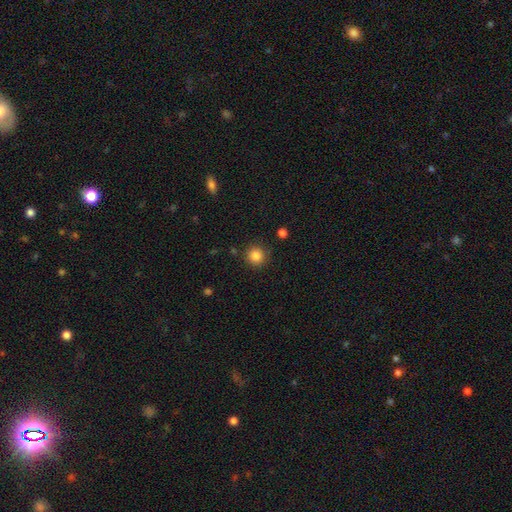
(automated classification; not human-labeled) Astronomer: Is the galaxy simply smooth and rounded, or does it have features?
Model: smooth — 85%.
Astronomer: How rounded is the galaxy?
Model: round — 94%.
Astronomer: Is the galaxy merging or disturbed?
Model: none — 88%.